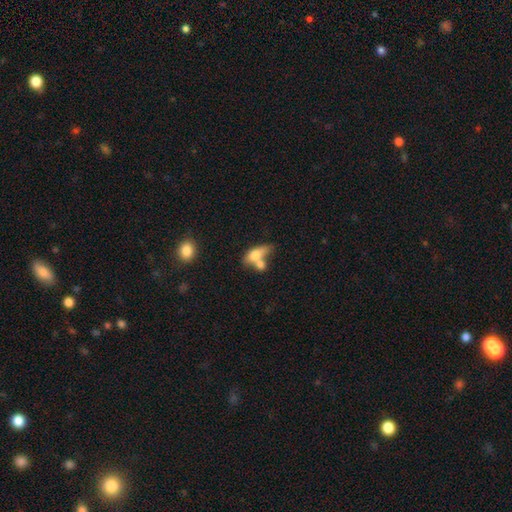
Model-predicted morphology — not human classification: A smooth galaxy with no disk features (69%) that is in between round and cigar-shaped (74%).

Vote fractions:
- Smooth or featured? smooth: 69% / featured or disk: 23% / star or artifact: 8%
- How rounded? in between: 74% / cigar-shaped: 15% / round: 11%
- Merging? merger: 54% / none: 26% / minor disturbance: 12% / major disturbance: 9%